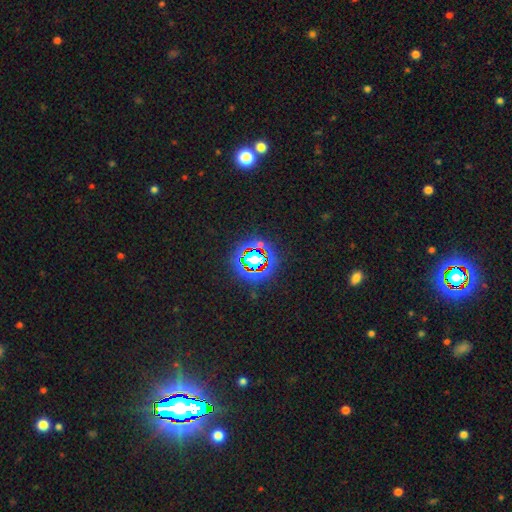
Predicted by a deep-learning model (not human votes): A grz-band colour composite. It shows a star or artifact, not a galaxy (81%).